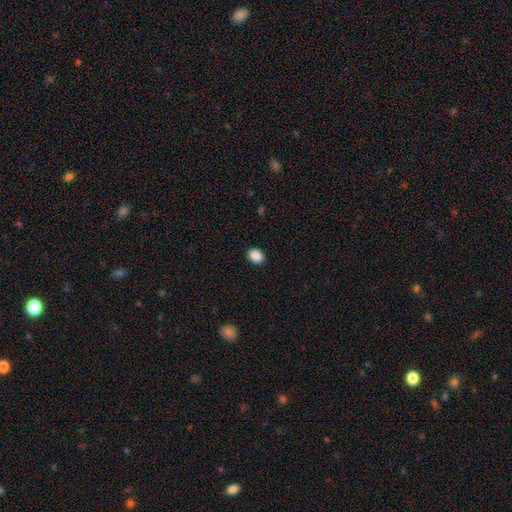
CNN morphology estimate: The model was most divided on "how rounded": in between: 66%, round: 33%, cigar-shaped: 1%. More confident: merging — none (91%); smooth or featured — smooth (89%).